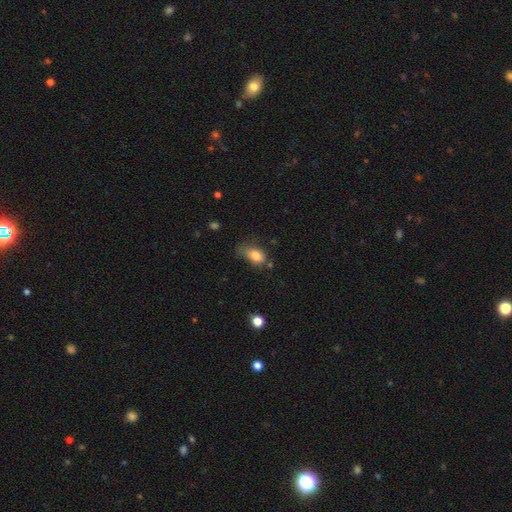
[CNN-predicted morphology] Smooth or featured? Predicted: smooth (p=0.80). How rounded? Predicted: in between (p=0.82). Merging? Predicted: none (p=0.43).